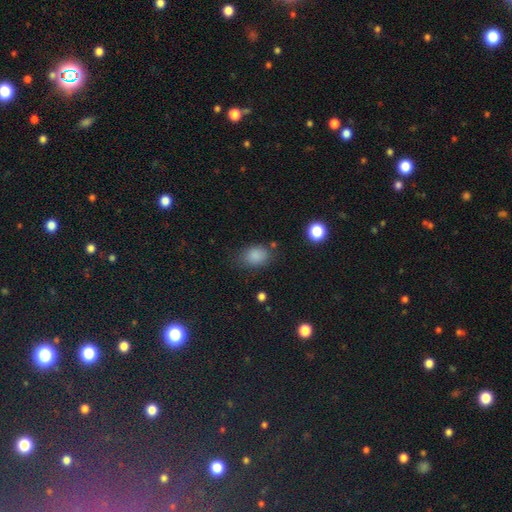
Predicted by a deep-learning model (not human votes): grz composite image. It shows a smooth galaxy with no disk features (84%) that is in between round and cigar-shaped (69%). Merging: none (71%).